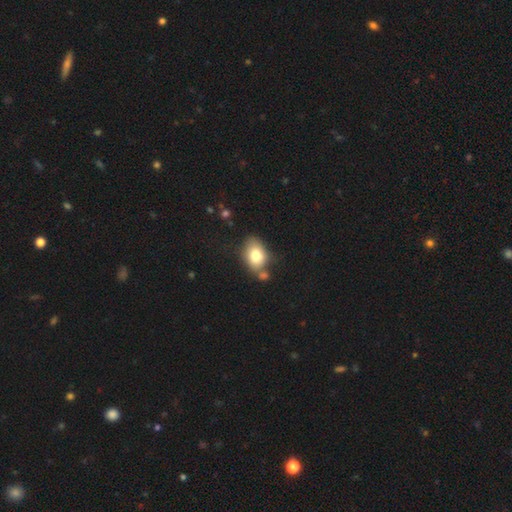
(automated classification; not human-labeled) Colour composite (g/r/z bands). It shows a smooth galaxy with no disk features (79%) that is in between round and cigar-shaped (80%). Merging: none (53%).